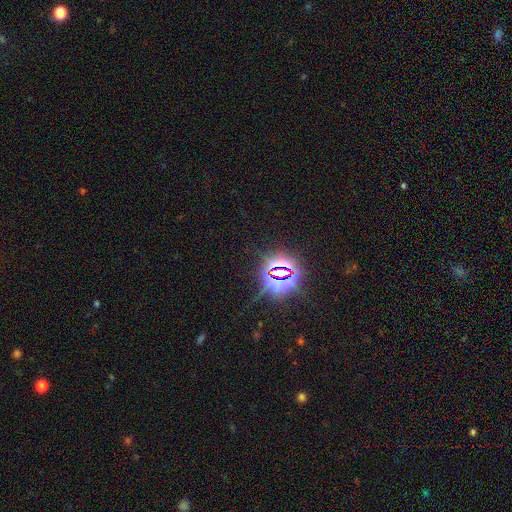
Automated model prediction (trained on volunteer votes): Morphology: type=star or artifact (82%).